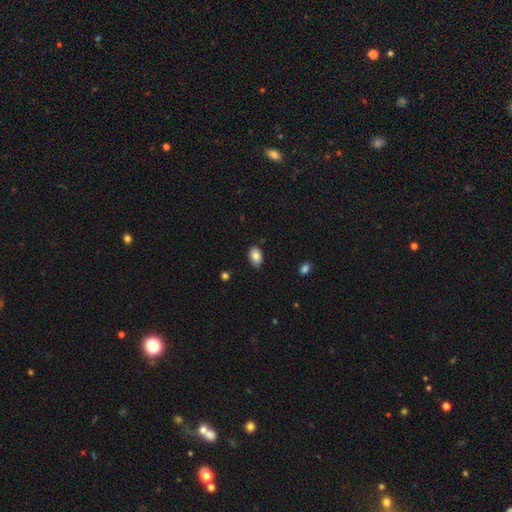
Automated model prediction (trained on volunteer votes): Morphology: type=smooth (84%); roundness=in between (89%); merging=none (82%).